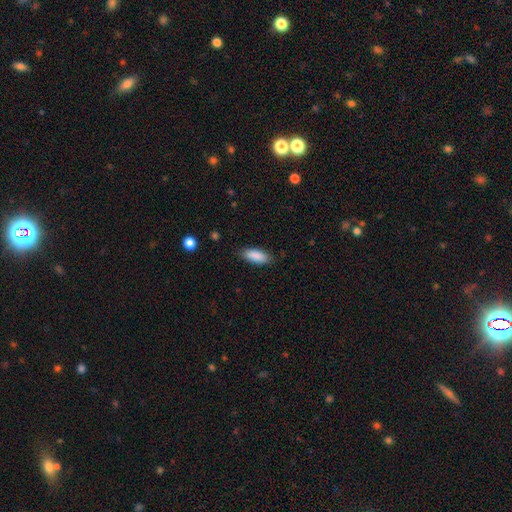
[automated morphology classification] type=smooth (89%); roundness=in between (75%); merging=none (84%).